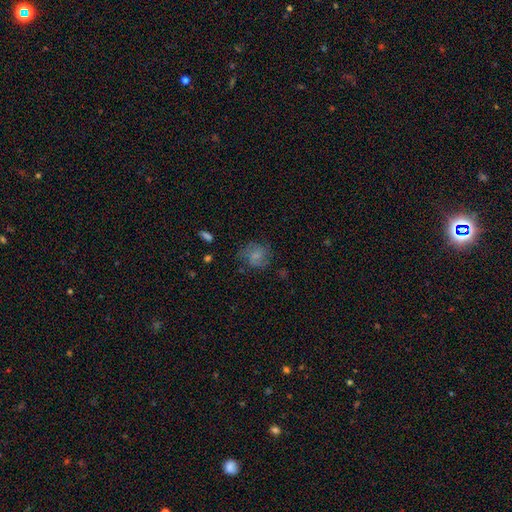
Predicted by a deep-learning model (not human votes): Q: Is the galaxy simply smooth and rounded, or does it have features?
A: smooth — 63%.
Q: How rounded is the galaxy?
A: round — 69%.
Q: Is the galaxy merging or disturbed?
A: none — 62%.